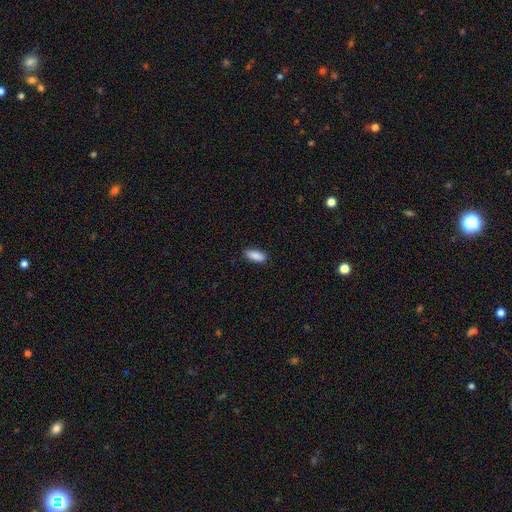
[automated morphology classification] Overall: smooth (89%). How rounded: in between (79%). Merging: none (86%).